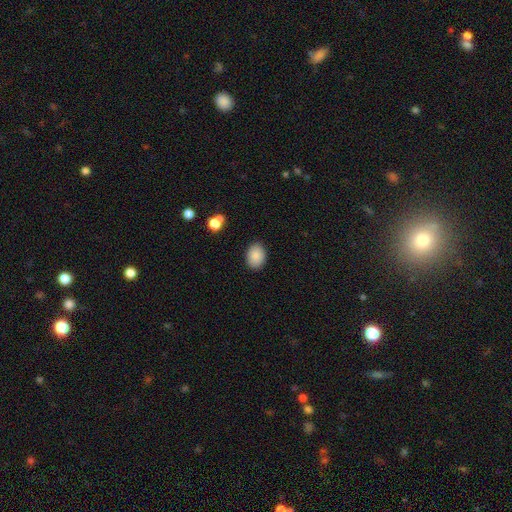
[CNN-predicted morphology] Smooth or featured? Predicted: smooth (p=0.88). How rounded? Predicted: in between (p=0.76). Merging? Predicted: none (p=0.87).